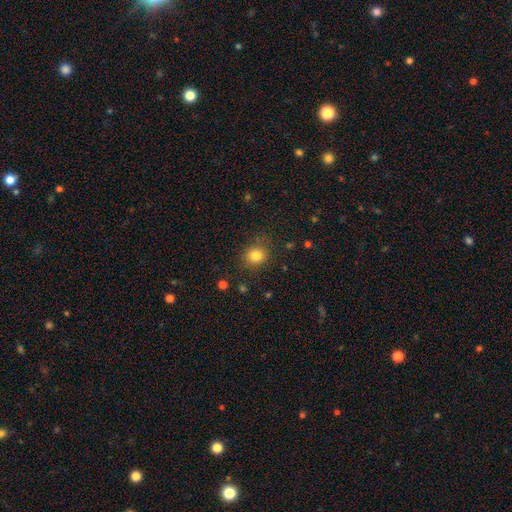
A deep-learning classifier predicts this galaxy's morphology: smooth-or-featured: smooth: 82% | star or artifact: 12% | featured or disk: 6%
  how-rounded: round: 74% | in between: 25% | cigar-shaped: 1%
  merging: none: 80% | minor disturbance: 14% | major disturbance: 5% | merger: 2%